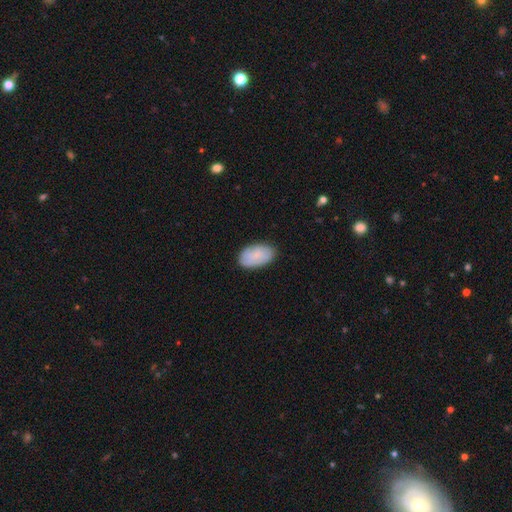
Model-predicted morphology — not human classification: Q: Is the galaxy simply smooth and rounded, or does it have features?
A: smooth — 79%.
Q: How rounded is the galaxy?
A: in between — 94%.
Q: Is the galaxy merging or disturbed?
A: none — 82%.